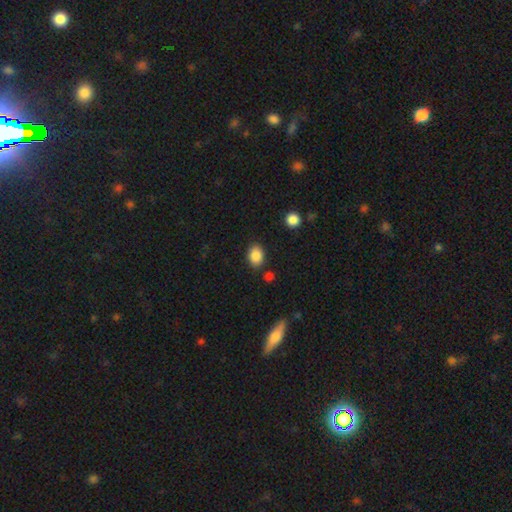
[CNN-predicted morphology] smooth-or-featured: smooth: 87% | star or artifact: 8% | featured or disk: 4%
  how-rounded: in between: 71% | round: 28% | cigar-shaped: 1%
  merging: none: 82% | minor disturbance: 11% | merger: 4% | major disturbance: 3%